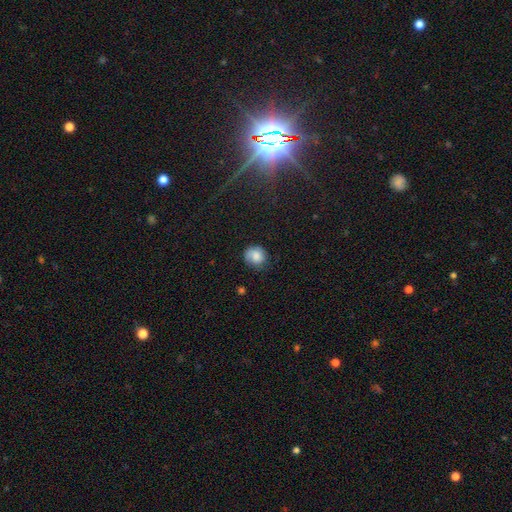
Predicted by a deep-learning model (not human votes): This appears to be a smooth galaxy with no disk features (80%) that is round (80%). Merging: none (70%).